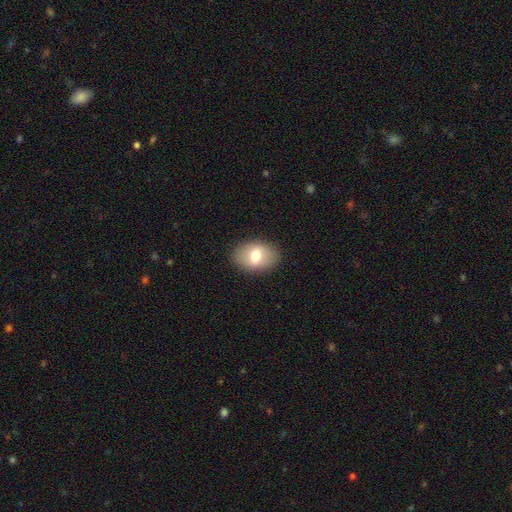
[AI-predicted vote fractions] A smooth galaxy with no disk features (71%) that is in between round and cigar-shaped (82%).

Vote fractions:
- Smooth or featured? smooth: 71% / featured or disk: 22% / star or artifact: 7%
- How rounded? in between: 82% / round: 17% / cigar-shaped: 1%
- Merging? none: 88% / minor disturbance: 9% / major disturbance: 3% / merger: 1%